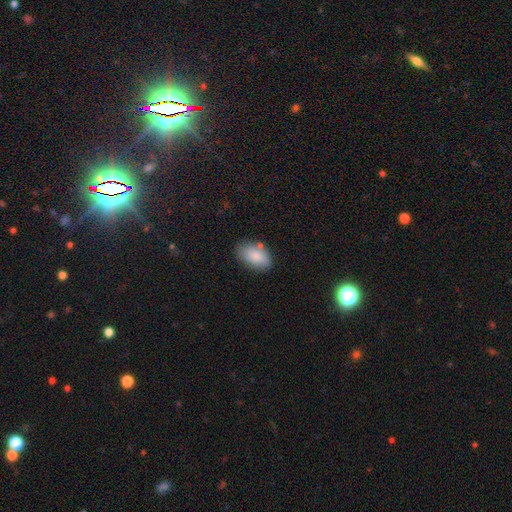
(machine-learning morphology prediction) Q: Smooth or featured?
A: smooth (85%); runner-up: featured or disk (9%)
Q: How rounded?
A: in between (92%); runner-up: round (6%)
Q: Merging?
A: none (73%); runner-up: minor disturbance (18%)